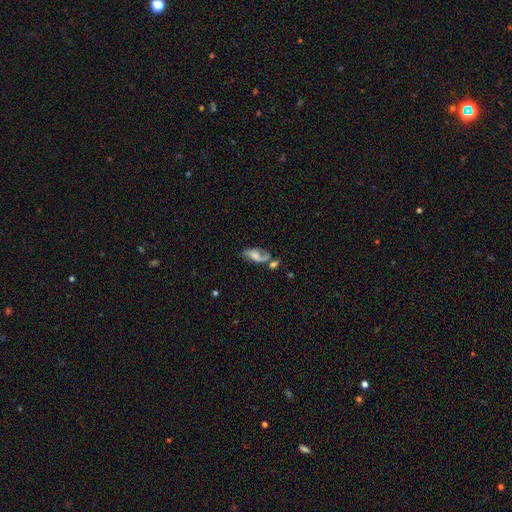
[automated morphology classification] Smooth or featured?
  - featured or disk: 55% *
  - smooth: 36%
  - star or artifact: 10%
Edge-on disk?
  - no: 93% *
  - yes: 7%
Bar?
  - no: 59% *
  - weak: 32%
  - strong: 9%
Spiral arms?
  - yes: 83% *
  - no: 17%
Bulge size?
  - moderate: 32% *
  - small: 29%
  - none: 23%
  - large: 13%
  - dominant: 3%
Merging?
  - none: 39% *
  - merger: 23%
  - minor disturbance: 21%
  - major disturbance: 18%